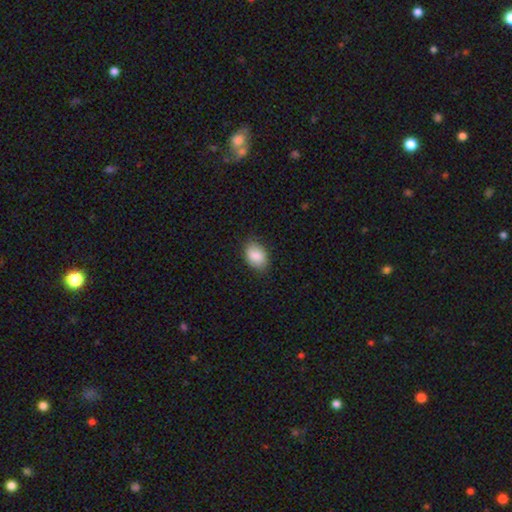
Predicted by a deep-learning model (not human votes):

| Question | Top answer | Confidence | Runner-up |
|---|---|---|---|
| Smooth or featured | smooth | 87% | star or artifact (7%) |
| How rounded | in between | 82% | round (17%) |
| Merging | none | 82% | minor disturbance (14%) |